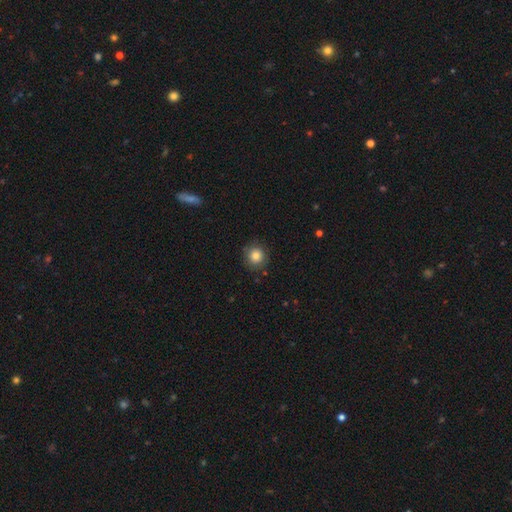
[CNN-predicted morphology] The model was most divided on "smooth or featured": smooth: 83%, star or artifact: 10%, featured or disk: 7%. More confident: how rounded — round (91%); merging — none (85%).